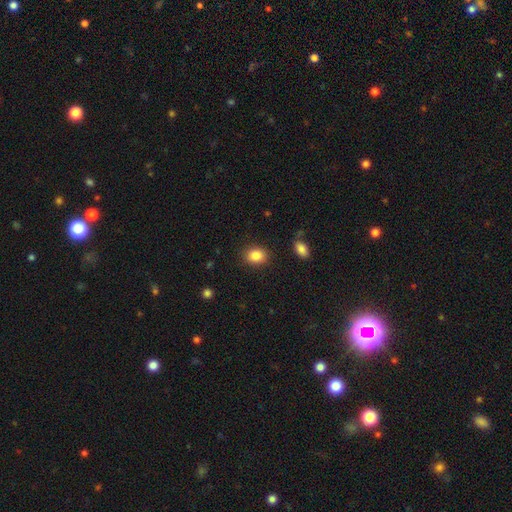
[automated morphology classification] smooth-or-featured: smooth: 86% | star or artifact: 9% | featured or disk: 5%
  how-rounded: in between: 57% | round: 42% | cigar-shaped: 1%
  merging: none: 87% | minor disturbance: 9% | major disturbance: 3% | merger: 2%